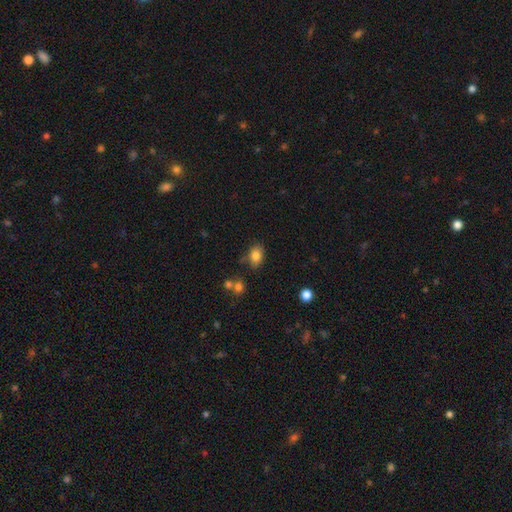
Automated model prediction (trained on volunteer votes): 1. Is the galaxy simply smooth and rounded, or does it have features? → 82% smooth, 10% star or artifact, 8% featured or disk.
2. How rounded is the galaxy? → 78% in between, 20% round, 1% cigar-shaped.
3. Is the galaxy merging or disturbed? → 73% none, 17% minor disturbance, 6% merger, 4% major disturbance.